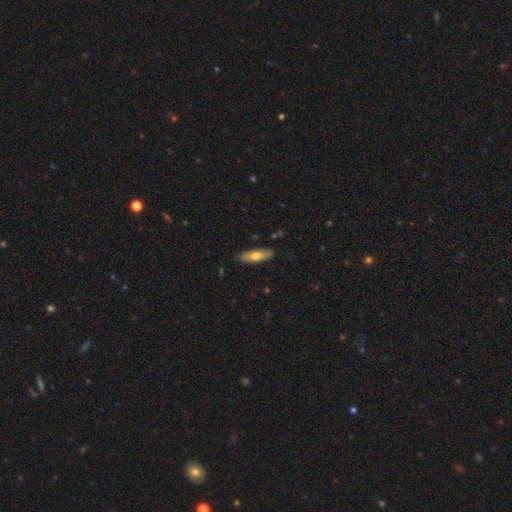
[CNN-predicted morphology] smooth-or-featured: smooth: 66% | featured or disk: 28% | star or artifact: 6%
  how-rounded: cigar-shaped: 55% | in between: 43% | round: 2%
  merging: none: 85% | minor disturbance: 12% | major disturbance: 2% | merger: 1%